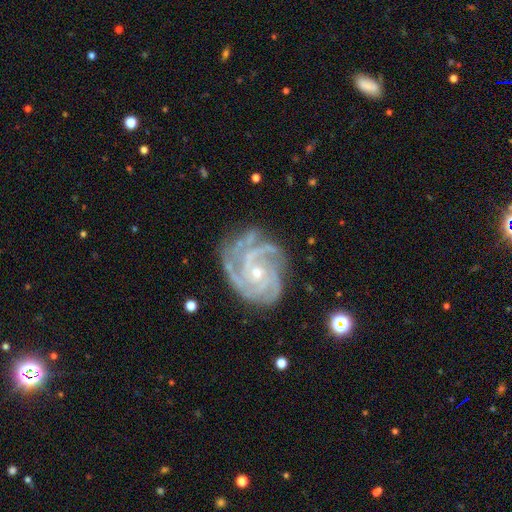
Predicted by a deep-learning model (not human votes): This appears to be a featured or disk galaxy (91%) with no bar (70%), 3 (33%) tight (65%) spiral arms (98%) and a small central bulge (69%). Merging: none (68%).